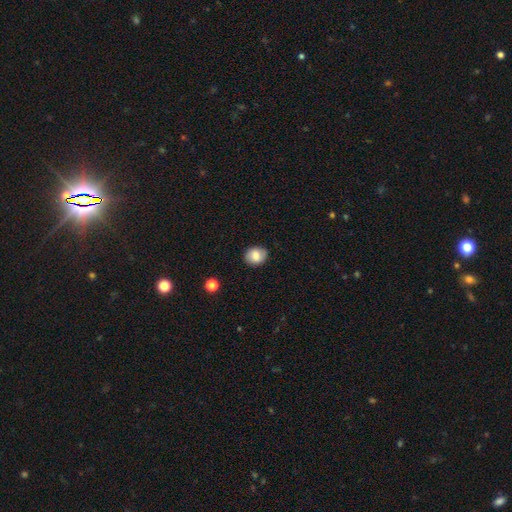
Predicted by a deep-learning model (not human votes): This appears to be a smooth galaxy with no disk features (79%) that is round (59%). Merging: none (83%).